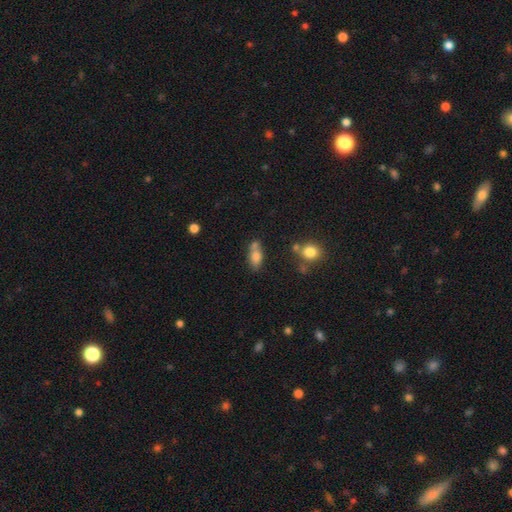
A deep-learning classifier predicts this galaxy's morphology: smooth 77%, featured or disk 14%, star or artifact 9%. Down the decision tree: how rounded — in between (83%); merging — none (48%).